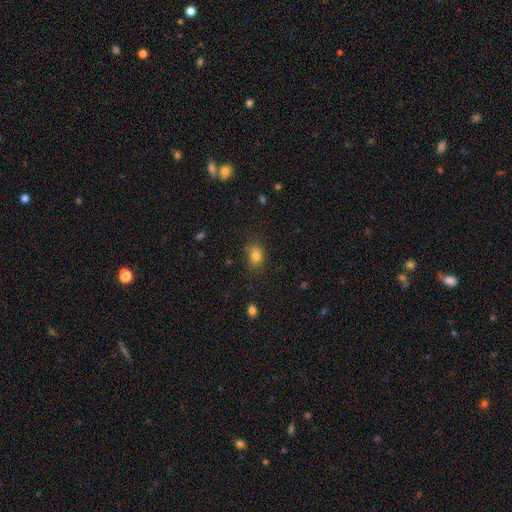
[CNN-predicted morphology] Smooth or featured? Predicted: smooth (p=0.81). How rounded? Predicted: in between (p=0.63). Merging? Predicted: none (p=0.70).